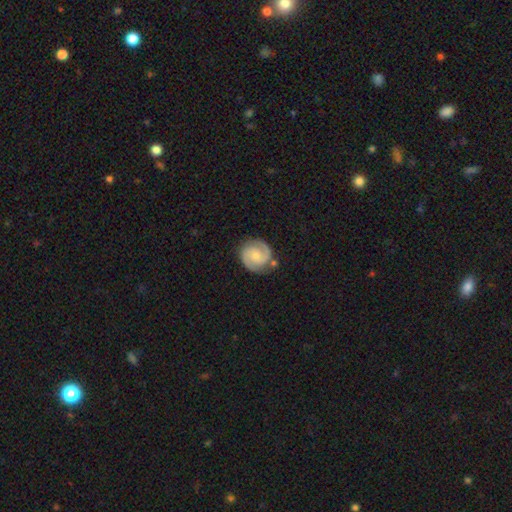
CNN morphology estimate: This appears to be a featured or disk galaxy (84%) with no bar (59%), 2 (92%) tight (47%) spiral arms (97%) and a small central bulge (52%). Merging: none (81%).